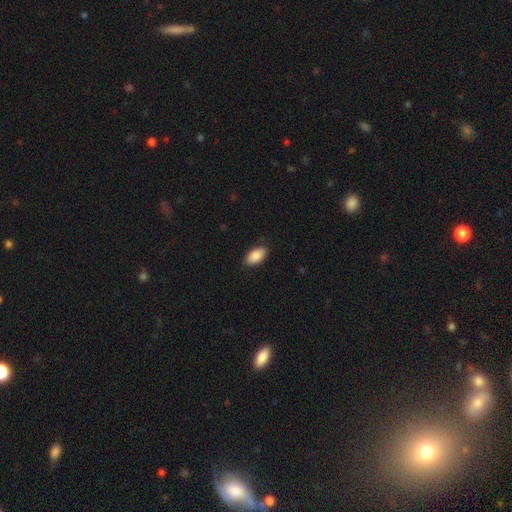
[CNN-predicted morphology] A smooth galaxy with no disk features (87%) that is in between round and cigar-shaped (94%). Merging: none (85%).